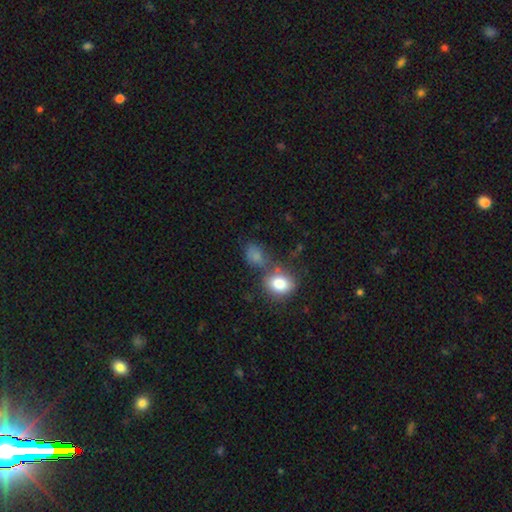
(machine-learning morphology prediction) smooth-or-featured: smooth: 76% | star or artifact: 13% | featured or disk: 11%
  how-rounded: in between: 61% | round: 37% | cigar-shaped: 2%
  merging: none: 42% | merger: 30% | minor disturbance: 18% | major disturbance: 10%